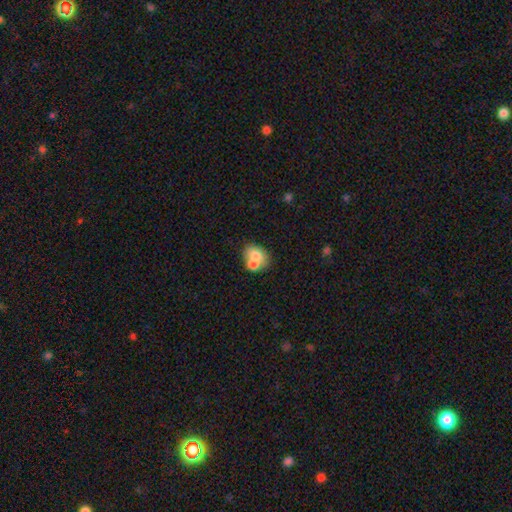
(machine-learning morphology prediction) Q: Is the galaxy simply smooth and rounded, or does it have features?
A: smooth — 69%.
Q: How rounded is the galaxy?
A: in between — 59%.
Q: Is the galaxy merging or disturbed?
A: merger — 46%.